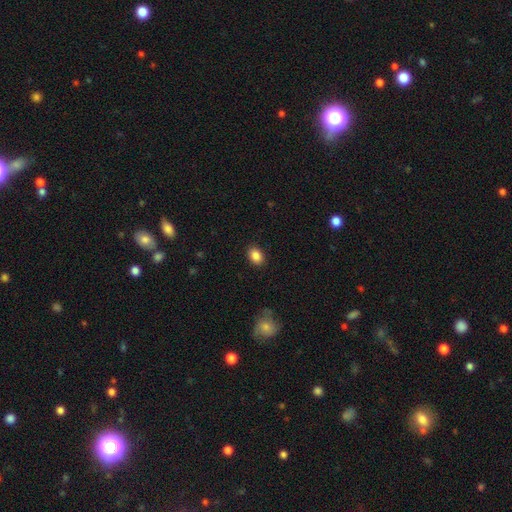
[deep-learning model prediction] Smooth or featured? Predicted: smooth (p=0.86). How rounded? Predicted: in between (p=0.73). Merging? Predicted: none (p=0.88).